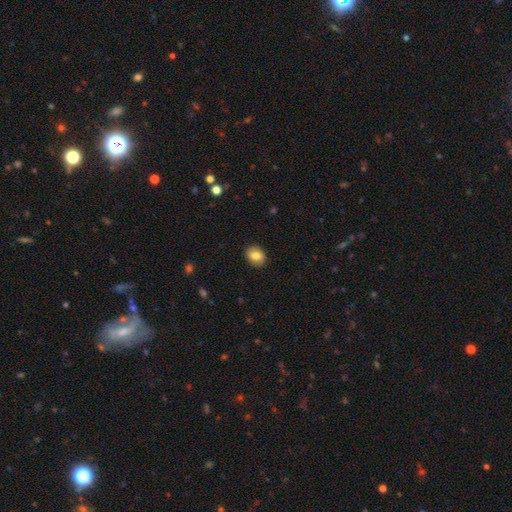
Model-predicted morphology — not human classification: Q: Smooth or featured?
A: smooth (82%); runner-up: featured or disk (10%)
Q: How rounded?
A: in between (52%); runner-up: round (47%)
Q: Merging?
A: none (90%); runner-up: minor disturbance (8%)